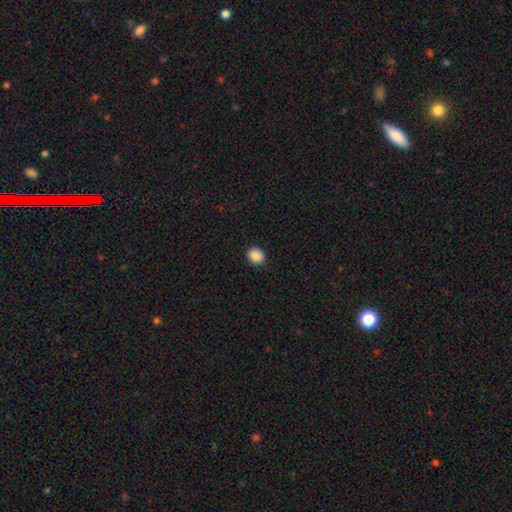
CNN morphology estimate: smooth_or_featured: smooth (p=0.89) [alt: star or artifact p=0.09]
how_rounded: round (p=0.72) [alt: in between p=0.27]
merging: none (p=0.90) [alt: minor disturbance p=0.07]